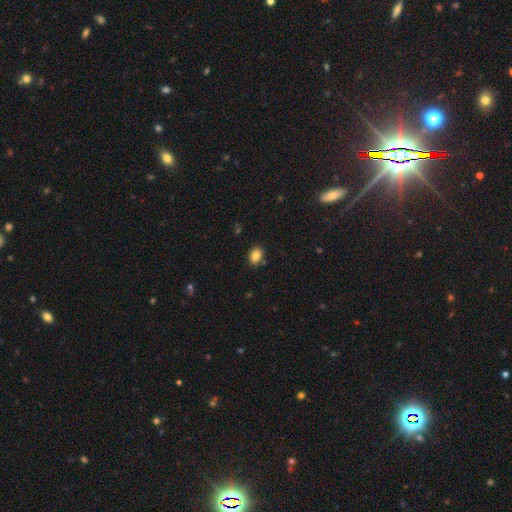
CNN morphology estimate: smooth_or_featured: smooth (p=0.85) [alt: star or artifact p=0.09]
how_rounded: in between (p=0.73) [alt: round p=0.26]
merging: none (p=0.85) [alt: minor disturbance p=0.10]